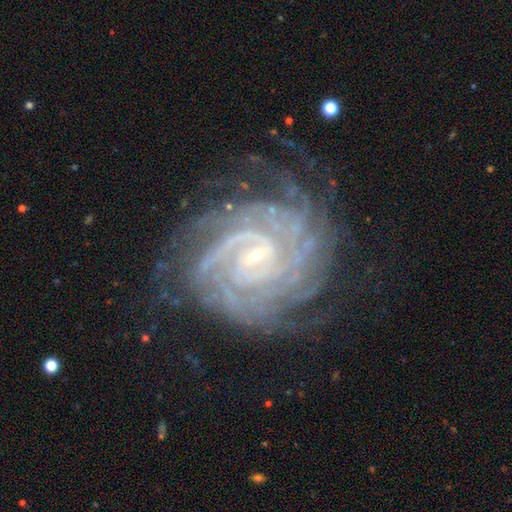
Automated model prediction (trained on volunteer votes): This appears to be a featured or disk galaxy (91%) with a weak bar (52%), tight (81%) spiral arms (98%) and a small central bulge (75%). Merging: none (73%).